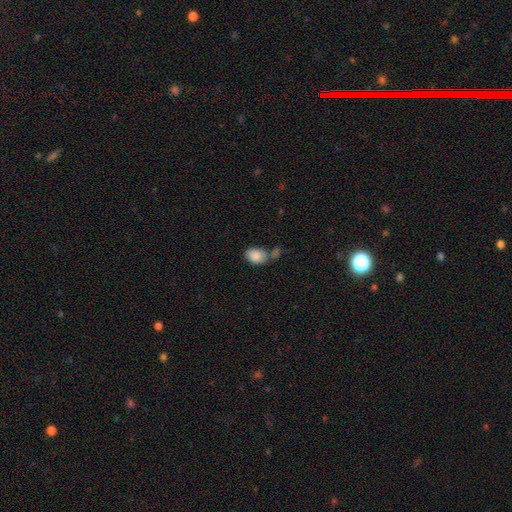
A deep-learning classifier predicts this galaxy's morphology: smooth 87%, star or artifact 7%, featured or disk 5%. Down the decision tree: how rounded — in between (80%); merging — none (49%).